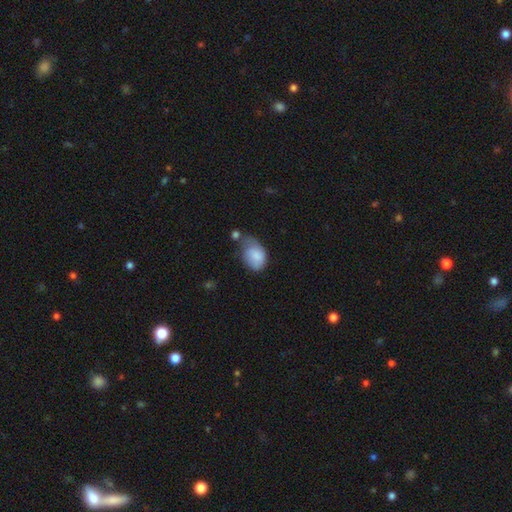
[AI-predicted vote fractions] Smooth or featured? smooth (79%)
How rounded? in between (85%)
Merging? minor disturbance (36%)